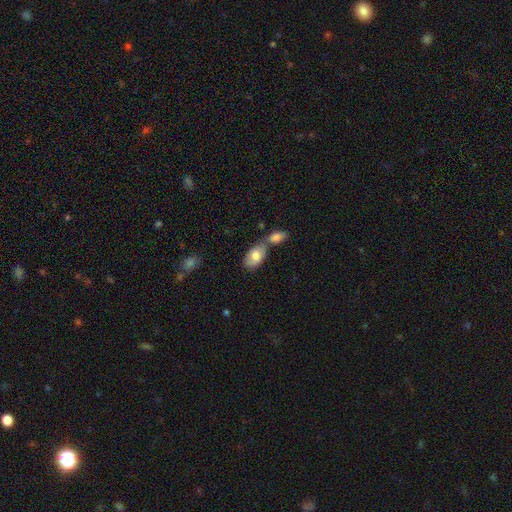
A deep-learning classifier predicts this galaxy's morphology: This is likely a smooth galaxy (77%). How rounded: clearly in between (92%). Merging: marginally none (43%).